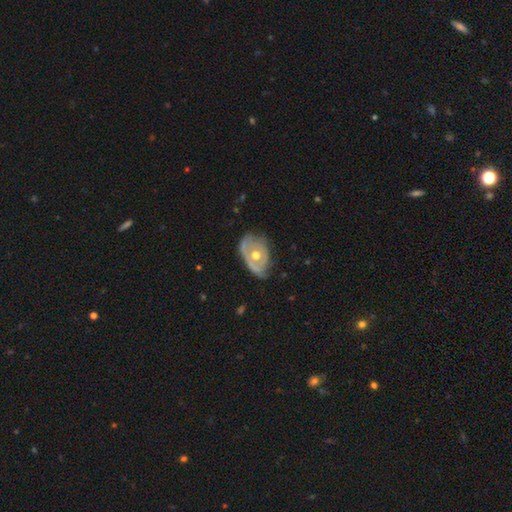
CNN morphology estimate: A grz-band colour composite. It shows a featured or disk galaxy (65%) with no bar (88%), no spiral arms (64%) and a moderate central bulge (81%). Merging: none (43%).